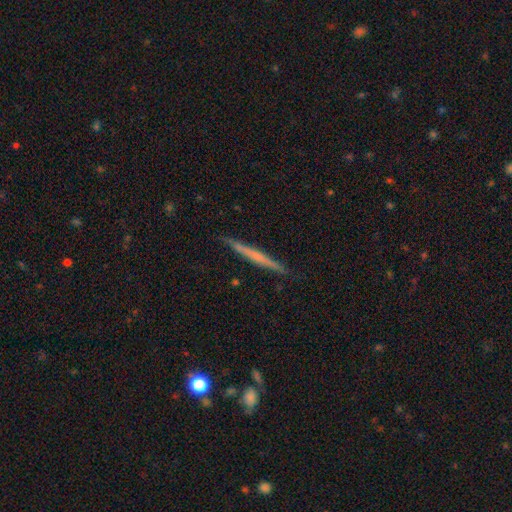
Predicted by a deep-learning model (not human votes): Smooth or featured? Predicted: featured or disk (p=0.56). Edge-on disk? Predicted: yes (p=0.98). Edge-on bulge? Predicted: none (p=0.73). Merging? Predicted: none (p=0.91).